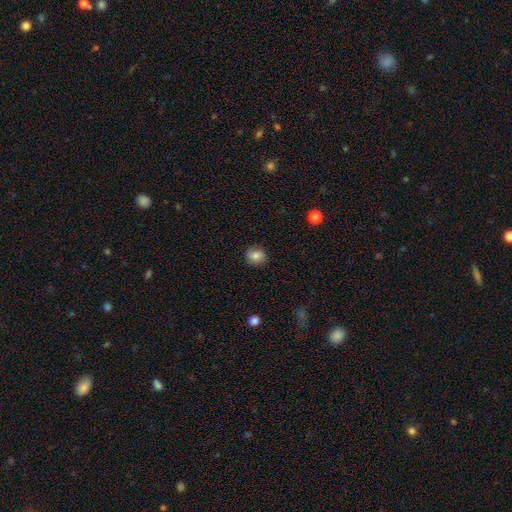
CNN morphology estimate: This appears to be a smooth galaxy with no disk features (79%) that is round (67%). Merging: none (85%).